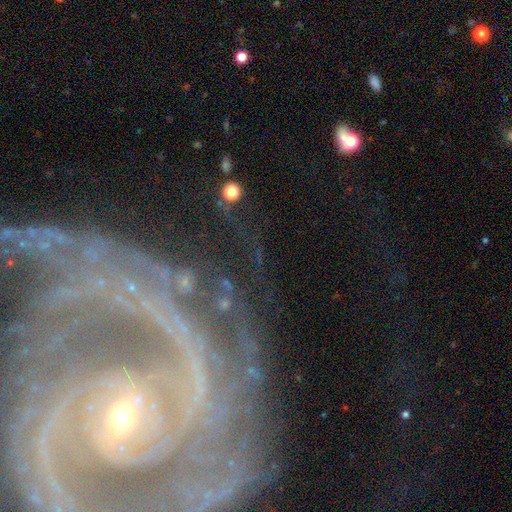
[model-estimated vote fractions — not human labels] Smooth or featured? featured or disk (82%)
Edge-on disk? no (96%)
Bar? strong (38%)
Spiral arms? yes (92%)
Spiral winding? tight (64%)
Spiral arm count? 2 (27%)
Bulge size? small (75%)
Merging? none (68%)